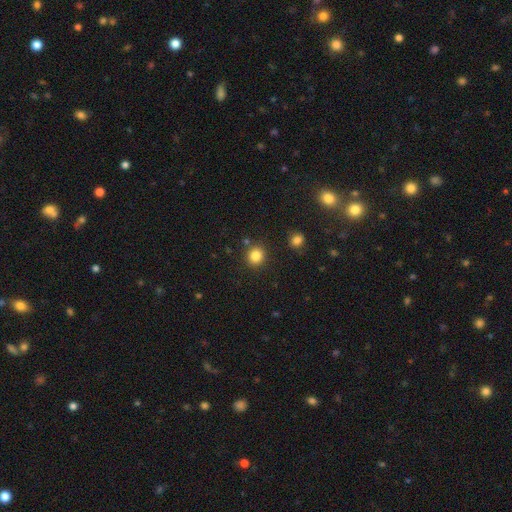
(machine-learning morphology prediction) Smooth or featured? Predicted: smooth (p=0.84). How rounded? Predicted: round (p=0.88). Merging? Predicted: none (p=0.86).